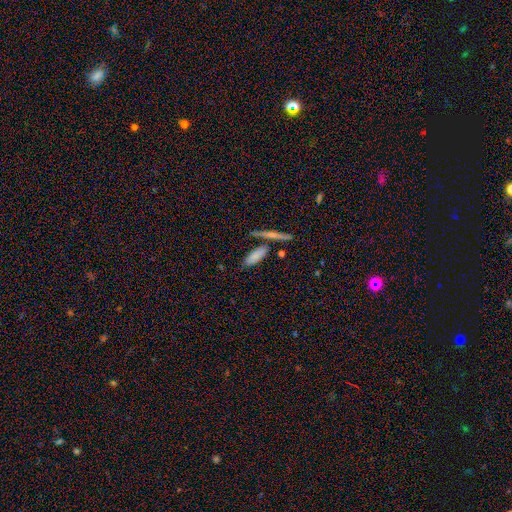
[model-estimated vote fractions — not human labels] Smooth or featured? Predicted: smooth (p=0.75). How rounded? Predicted: in between (p=0.60). Merging? Predicted: none (p=0.63).